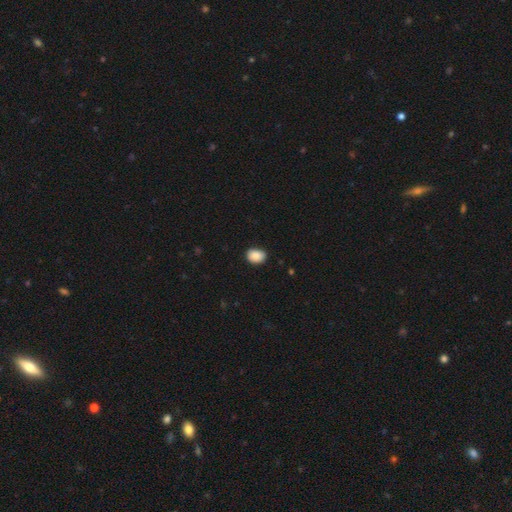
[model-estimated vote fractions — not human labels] Q: Smooth or featured?
A: smooth (89%); runner-up: star or artifact (8%)
Q: How rounded?
A: in between (71%); runner-up: round (28%)
Q: Merging?
A: none (84%); runner-up: minor disturbance (13%)